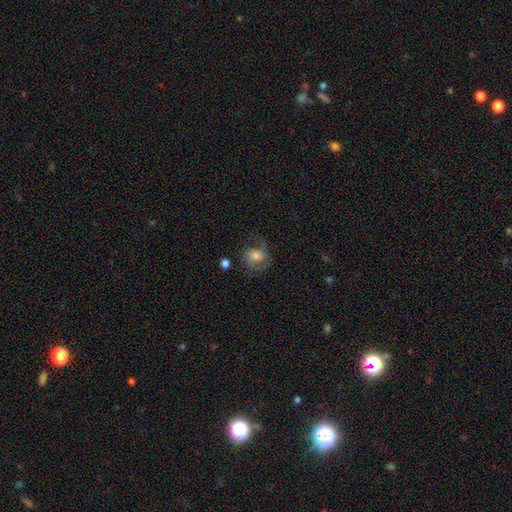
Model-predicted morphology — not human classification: This is possibly a featured or disk galaxy (50%). It is clearly not viewed edge-on (97%). Merging: possibly none (52%).